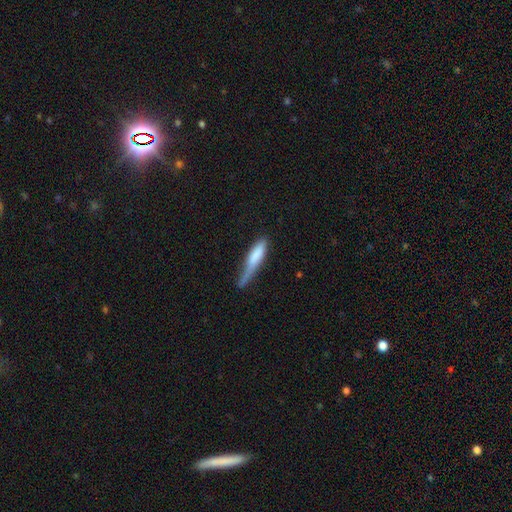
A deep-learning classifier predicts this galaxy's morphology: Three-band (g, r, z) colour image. It shows a smooth galaxy with no disk features (75%) that is cigar-shaped (79%). Merging: minor disturbance (39%).